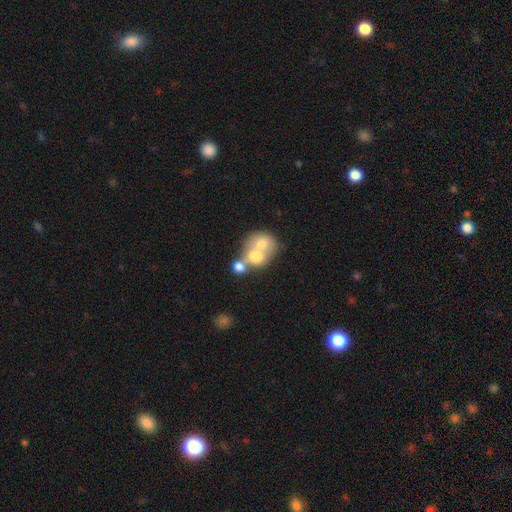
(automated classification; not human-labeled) Smooth or featured?
  - smooth: 64% *
  - featured or disk: 26%
  - star or artifact: 10%
How rounded?
  - round: 66% *
  - in between: 33%
  - cigar-shaped: 1%
Merging?
  - merger: 70% *
  - none: 20%
  - minor disturbance: 6%
  - major disturbance: 4%